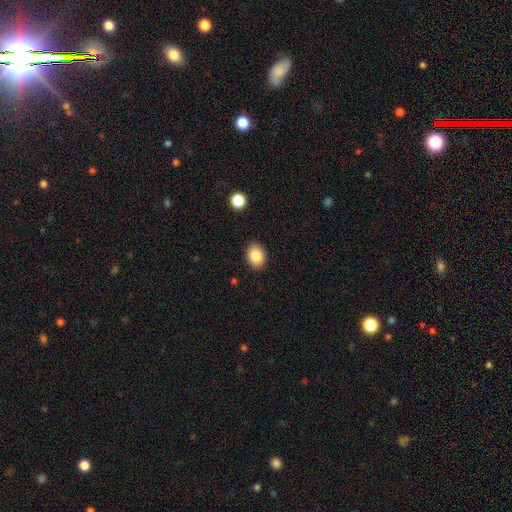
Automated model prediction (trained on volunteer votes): smooth-or-featured: smooth: 85% | star or artifact: 9% | featured or disk: 6%
  how-rounded: in between: 67% | round: 32% | cigar-shaped: 1%
  merging: none: 89% | minor disturbance: 8% | major disturbance: 2% | merger: 1%